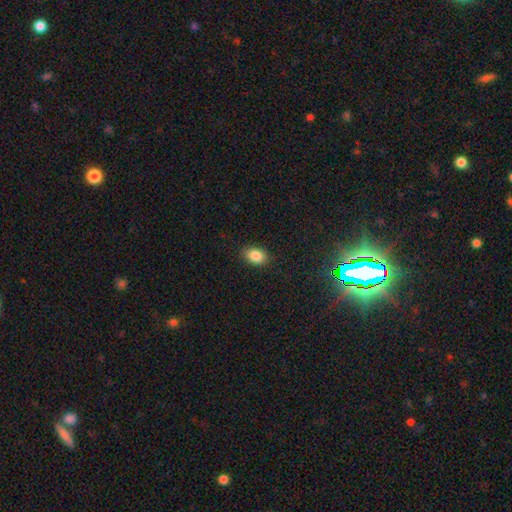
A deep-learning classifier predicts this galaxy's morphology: This appears to be a smooth galaxy with no disk features (85%) that is in between round and cigar-shaped (80%). Merging: none (87%).